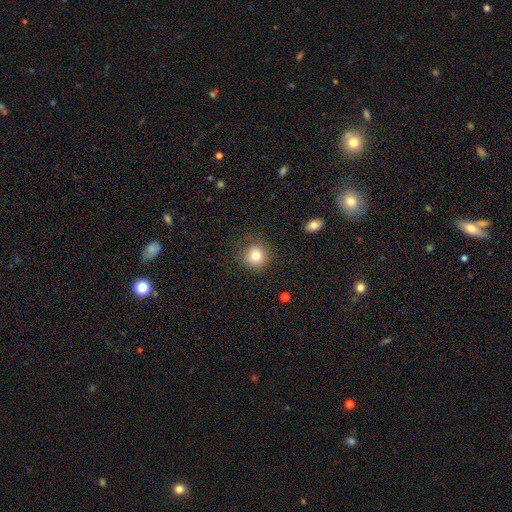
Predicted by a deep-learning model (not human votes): Smooth or featured? Predicted: smooth (p=0.82). How rounded? Predicted: round (p=0.90). Merging? Predicted: none (p=0.78).